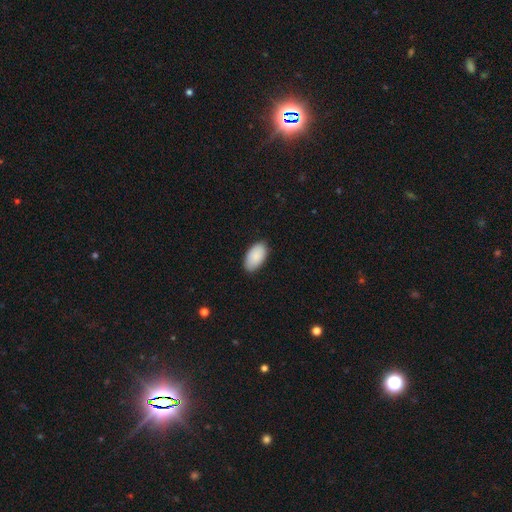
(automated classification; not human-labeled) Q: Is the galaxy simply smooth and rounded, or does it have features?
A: smooth — 90%.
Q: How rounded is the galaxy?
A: in between — 96%.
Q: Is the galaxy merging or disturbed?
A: none — 86%.